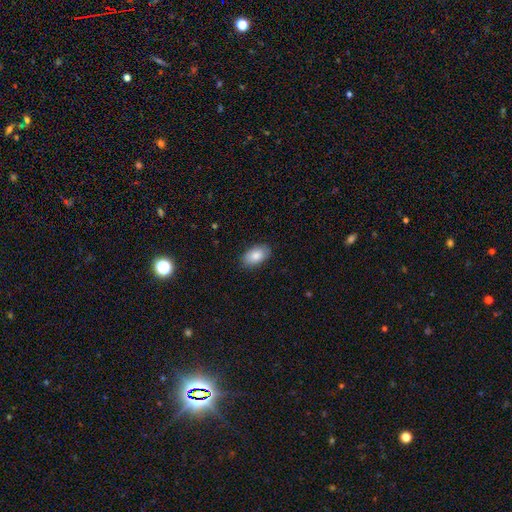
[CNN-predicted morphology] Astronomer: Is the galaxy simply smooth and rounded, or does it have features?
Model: smooth — 85%.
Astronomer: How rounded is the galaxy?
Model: in between — 94%.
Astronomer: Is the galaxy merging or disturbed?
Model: none — 87%.